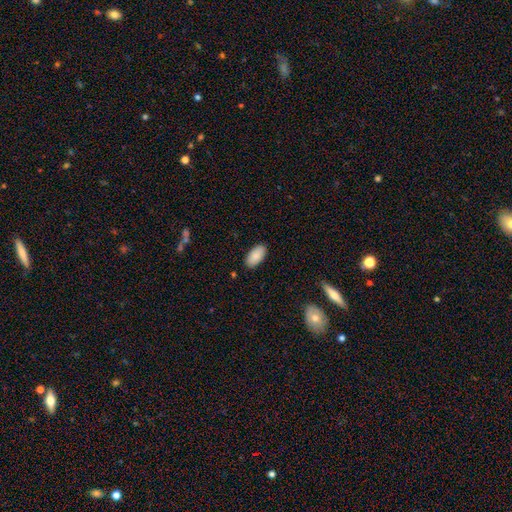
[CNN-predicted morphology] This is clearly a smooth galaxy (89%). How rounded: clearly in between (95%). Merging: clearly none (88%).